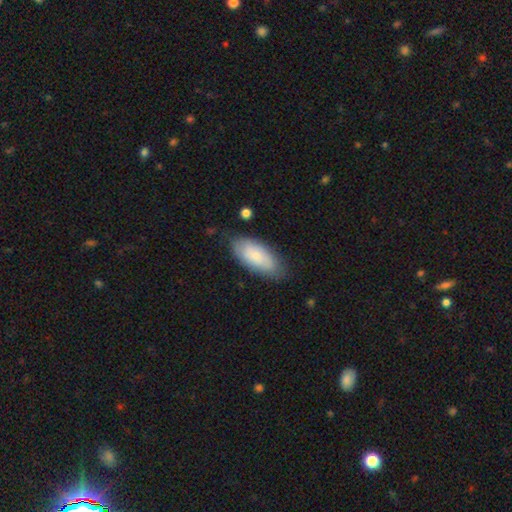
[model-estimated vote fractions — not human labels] Smooth or featured: smooth — 73% (featured or disk — 22%)
How rounded: in between — 88% (cigar-shaped — 10%)
Merging: none — 77% (minor disturbance — 18%)